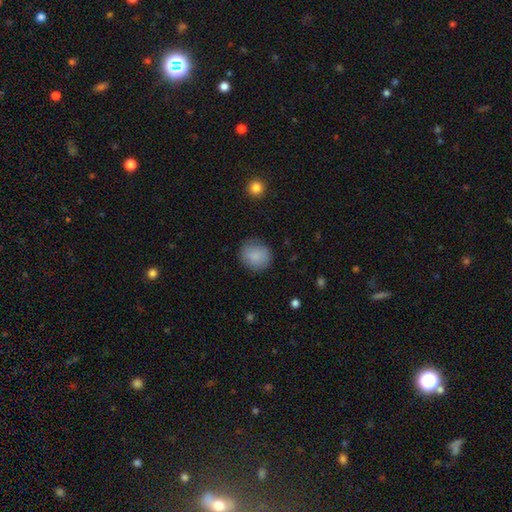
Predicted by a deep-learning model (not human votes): smooth_or_featured: smooth (p=0.86) [alt: star or artifact p=0.07]
how_rounded: round (p=0.80) [alt: in between p=0.19]
merging: none (p=0.80) [alt: minor disturbance p=0.14]